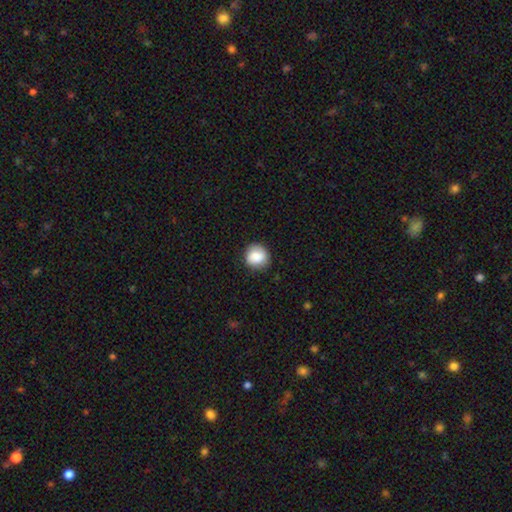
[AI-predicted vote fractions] smooth_or_featured: smooth (p=0.85) [alt: star or artifact p=0.08]
how_rounded: round (p=0.88) [alt: in between p=0.11]
merging: none (p=0.83) [alt: minor disturbance p=0.13]